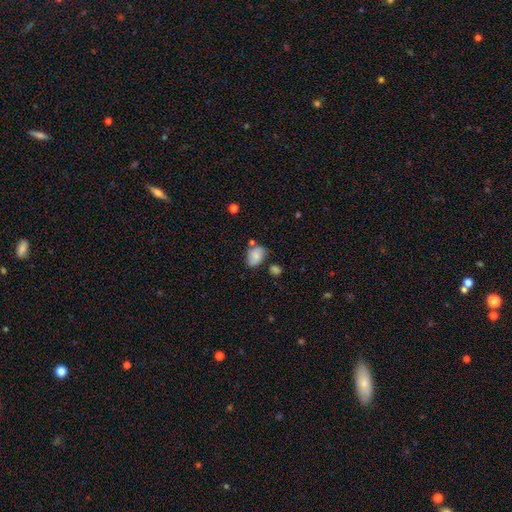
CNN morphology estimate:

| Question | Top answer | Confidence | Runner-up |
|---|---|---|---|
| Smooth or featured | smooth | 71% | featured or disk (20%) |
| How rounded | in between | 74% | round (25%) |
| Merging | none | 58% | minor disturbance (25%) |